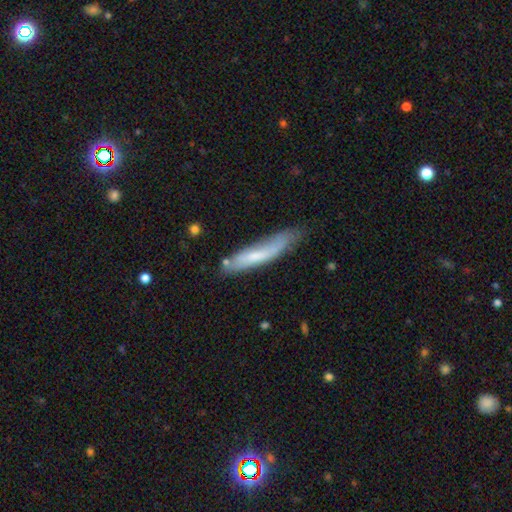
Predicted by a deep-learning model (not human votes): smooth_or_featured: smooth (p=0.59) [alt: featured or disk p=0.35]
how_rounded: cigar-shaped (p=0.86) [alt: in between p=0.13]
merging: none (p=0.55) [alt: minor disturbance p=0.30]